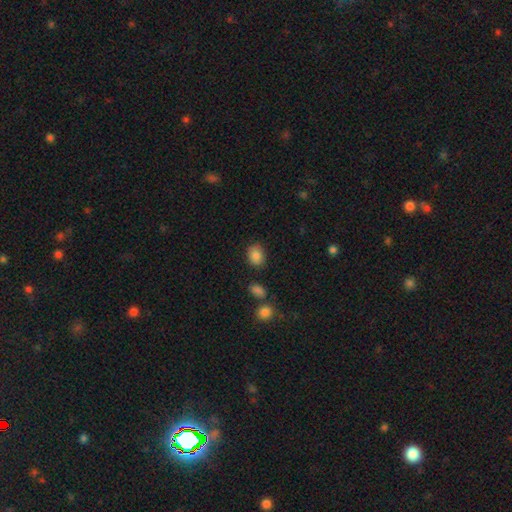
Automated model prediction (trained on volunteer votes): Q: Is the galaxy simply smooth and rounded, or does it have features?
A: smooth — 86%.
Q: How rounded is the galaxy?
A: in between — 58%.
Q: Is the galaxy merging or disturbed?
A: none — 81%.